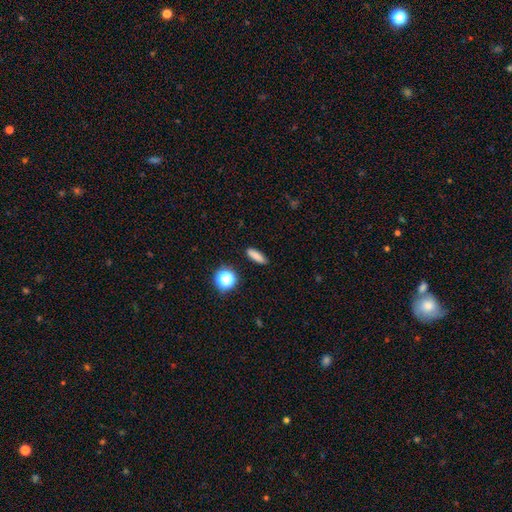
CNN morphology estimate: Smooth or featured? smooth (81%)
How rounded? cigar-shaped (55%)
Merging? none (88%)